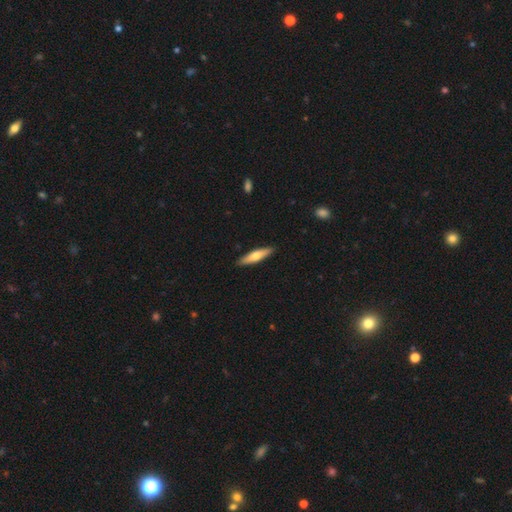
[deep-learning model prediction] A smooth galaxy with no disk features (58%) that is cigar-shaped (80%). Merging: none (90%).